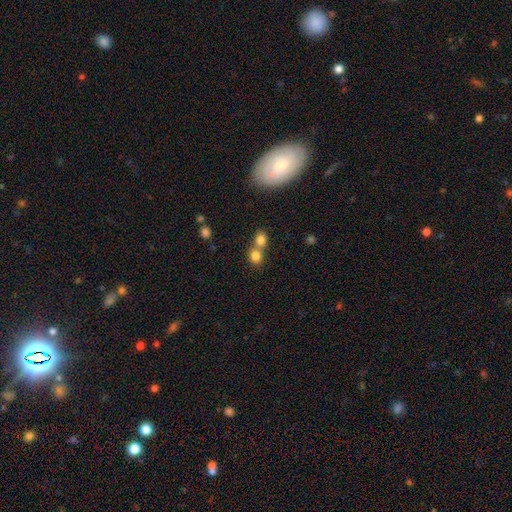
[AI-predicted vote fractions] smooth 80%, star or artifact 12%, featured or disk 8%. Down the decision tree: how rounded — round (77%); merging — merger (54%).